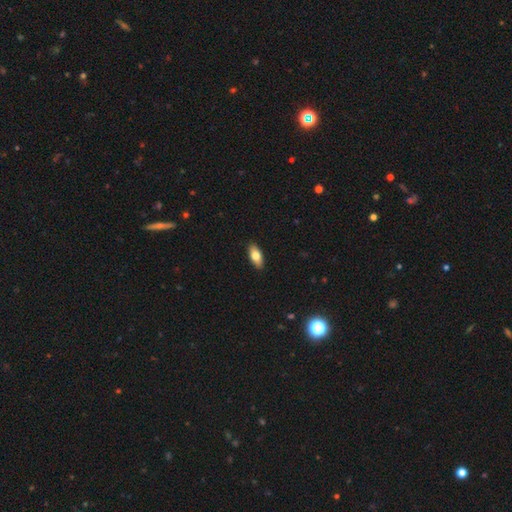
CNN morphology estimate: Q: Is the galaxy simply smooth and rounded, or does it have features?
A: smooth — 76%.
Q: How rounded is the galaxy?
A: in between — 86%.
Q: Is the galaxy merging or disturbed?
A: none — 90%.